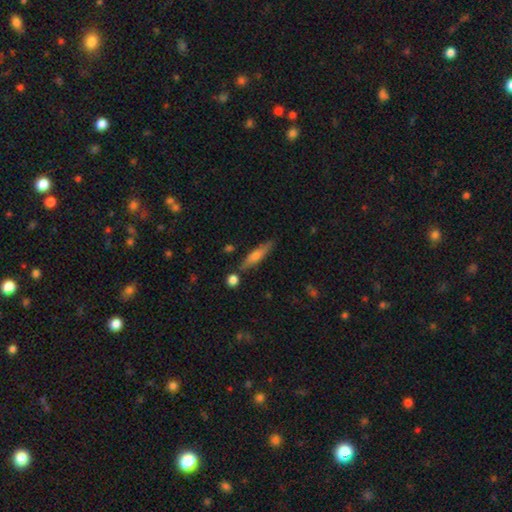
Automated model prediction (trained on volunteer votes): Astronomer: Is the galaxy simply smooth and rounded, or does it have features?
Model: smooth — 57% (runner-up: featured or disk, 36%).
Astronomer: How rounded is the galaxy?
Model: cigar-shaped — 80%.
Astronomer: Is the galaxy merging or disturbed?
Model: none — 79%.